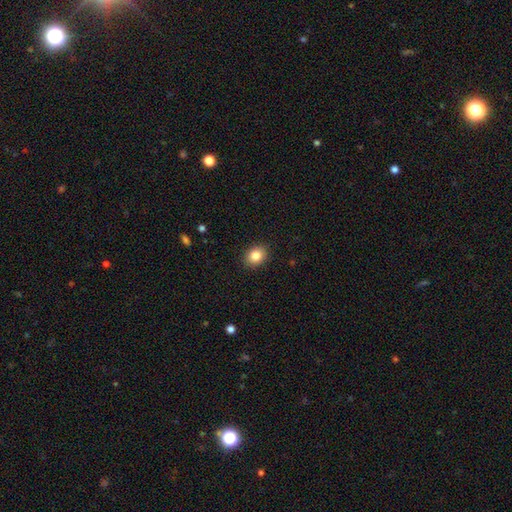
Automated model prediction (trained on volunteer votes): This appears to be a smooth galaxy with no disk features (85%) that is in between round and cigar-shaped (52%). Merging: none (90%).